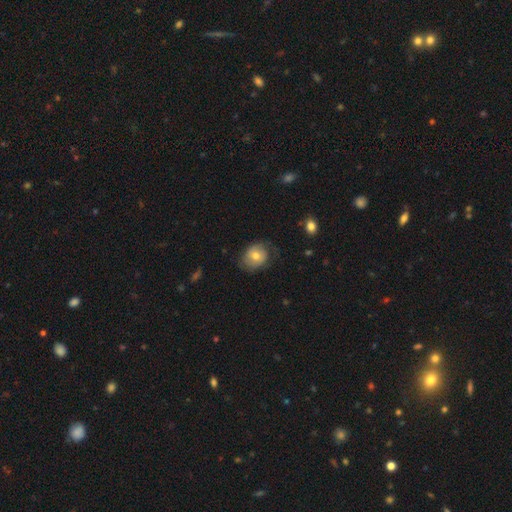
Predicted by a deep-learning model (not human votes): This appears to be a smooth galaxy with no disk features (57%) that is round (56%). Merging: none (59%).